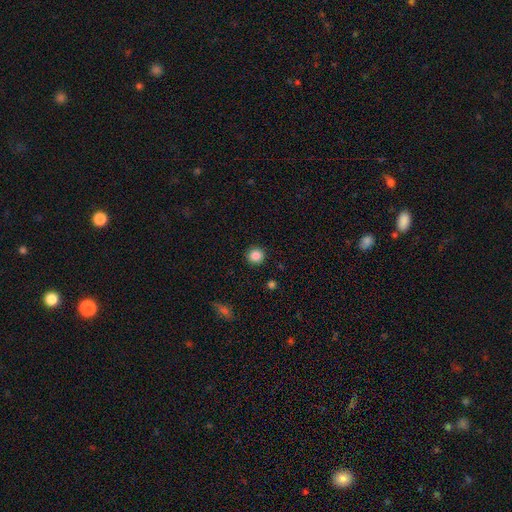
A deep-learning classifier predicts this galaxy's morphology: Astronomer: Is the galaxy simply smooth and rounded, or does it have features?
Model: smooth — 86%.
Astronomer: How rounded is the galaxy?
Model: round — 94%.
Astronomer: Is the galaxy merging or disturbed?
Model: none — 92%.